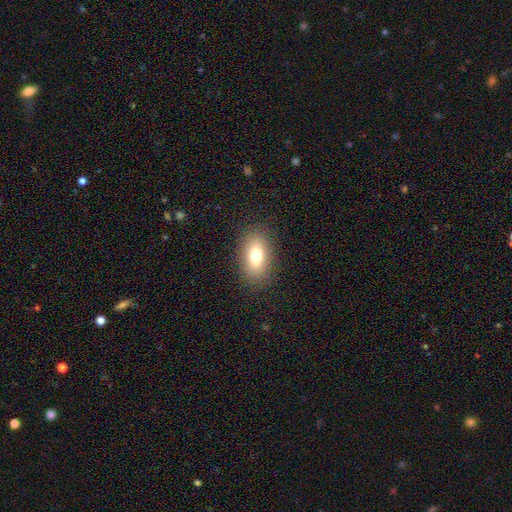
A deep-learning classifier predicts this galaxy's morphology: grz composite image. It shows a smooth galaxy with no disk features (75%) that is in between round and cigar-shaped (87%). Merging: none (87%).